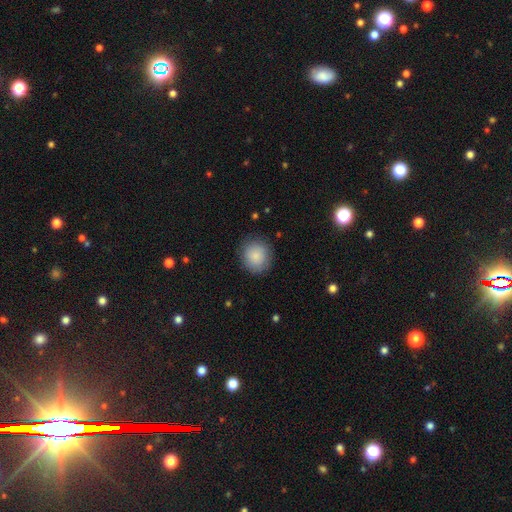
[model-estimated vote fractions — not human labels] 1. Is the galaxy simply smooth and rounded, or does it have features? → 87% smooth, 7% star or artifact, 6% featured or disk.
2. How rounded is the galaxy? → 86% round, 13% in between, 1% cigar-shaped.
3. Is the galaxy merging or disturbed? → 86% none, 10% minor disturbance, 3% major disturbance, 1% merger.